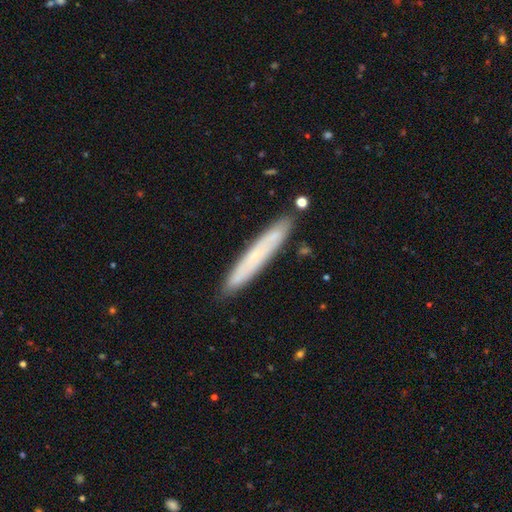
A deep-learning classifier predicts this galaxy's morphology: The model was most divided on "smooth or featured": smooth: 54%, featured or disk: 39%, star or artifact: 7%. More confident: how rounded — cigar-shaped (94%); merging — none (87%).